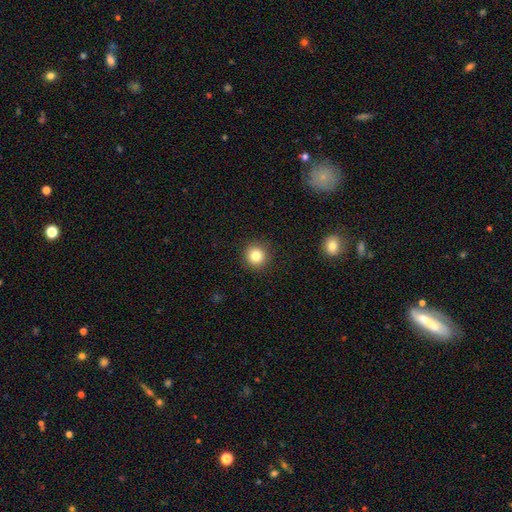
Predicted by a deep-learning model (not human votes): The model was most divided on "smooth or featured": smooth: 82%, star or artifact: 11%, featured or disk: 7%. More confident: how rounded — round (95%); merging — none (91%).